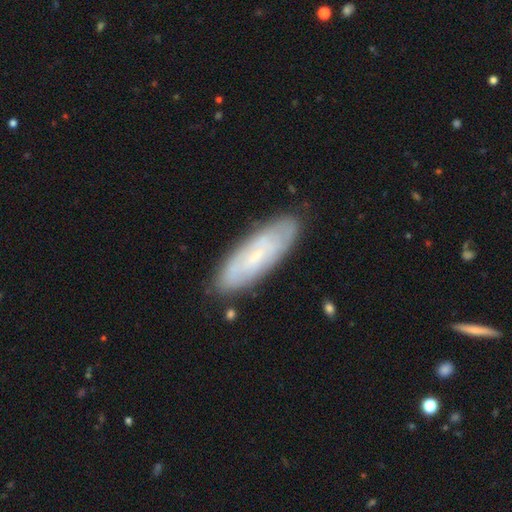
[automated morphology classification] This is possibly a featured or disk galaxy (48%). Merging: clearly none (84%).